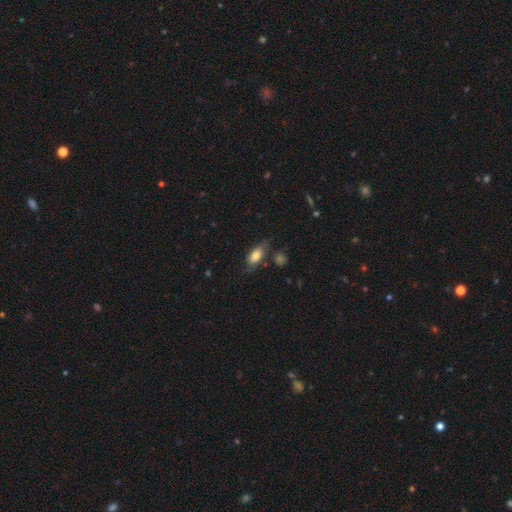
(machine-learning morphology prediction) type=smooth (70%); roundness=in between (84%); merging=none (60%).